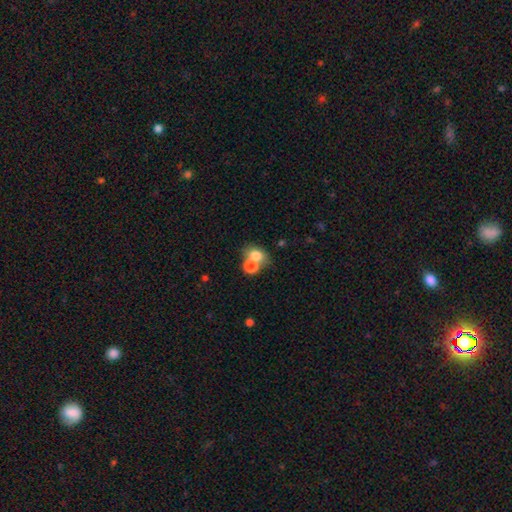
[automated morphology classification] Smooth or featured?
  - smooth: 74% *
  - featured or disk: 13%
  - star or artifact: 13%
How rounded?
  - in between: 53% *
  - round: 45%
  - cigar-shaped: 1%
Merging?
  - merger: 45% *
  - none: 42%
  - minor disturbance: 9%
  - major disturbance: 5%